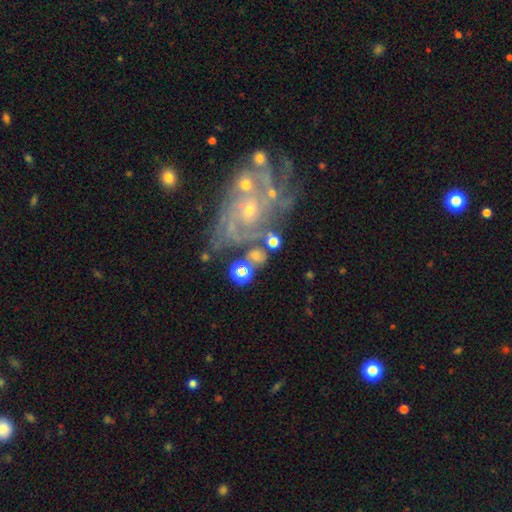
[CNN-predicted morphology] featured or disk 49%, smooth 35%, star or artifact 16%. Down the decision tree: merging — none (52%).